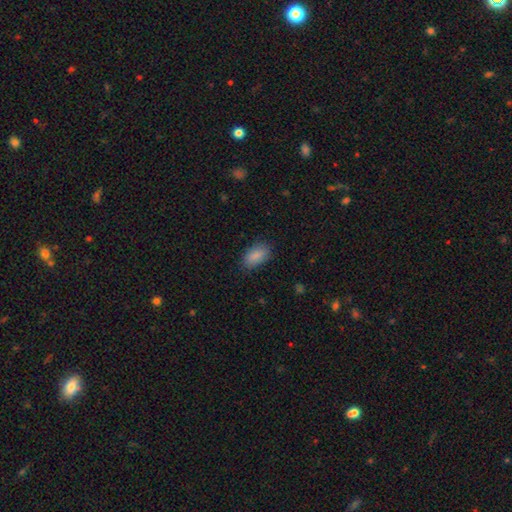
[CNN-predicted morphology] Q: Smooth or featured?
A: smooth (88%); runner-up: star or artifact (7%)
Q: How rounded?
A: in between (92%); runner-up: round (4%)
Q: Merging?
A: none (82%); runner-up: minor disturbance (14%)